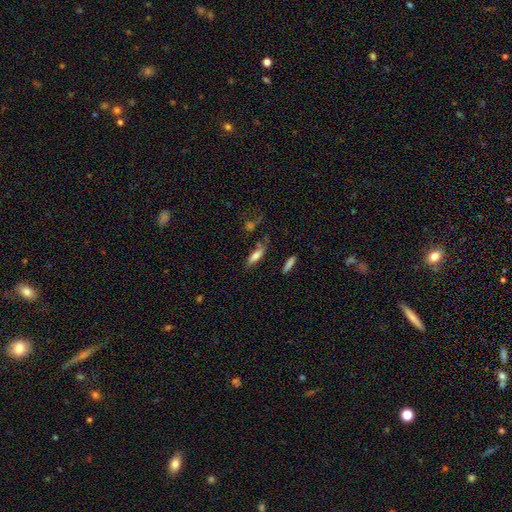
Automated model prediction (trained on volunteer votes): smooth_or_featured: smooth (p=0.73) [alt: featured or disk p=0.19]
how_rounded: cigar-shaped (p=0.49) [tied with: in between p=0.49]
merging: none (p=0.63) [alt: minor disturbance p=0.21]